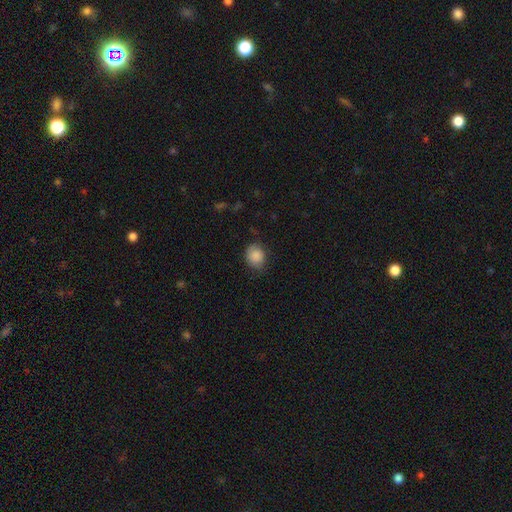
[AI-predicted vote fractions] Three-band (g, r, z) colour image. It shows a smooth galaxy with no disk features (87%) that is round (68%). Merging: none (73%).